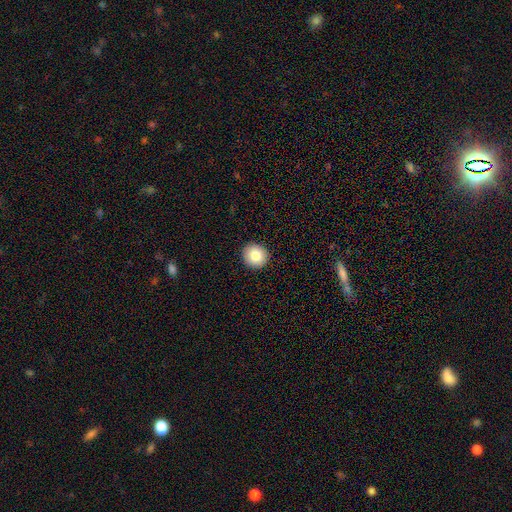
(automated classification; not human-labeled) Smooth or featured? Predicted: smooth (p=0.83). How rounded? Predicted: round (p=0.91). Merging? Predicted: none (p=0.92).